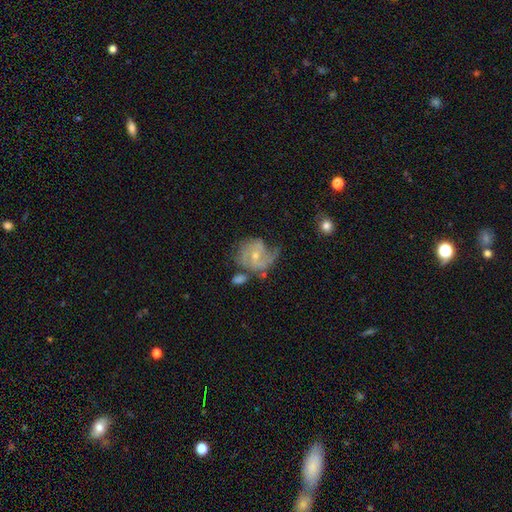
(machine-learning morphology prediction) This is likely a featured or disk galaxy (78%). It is clearly not viewed edge-on (98%). Bar: possibly no (48%). Spiral arm pattern: clearly yes (90%). Spiral arm count: possibly 2 (48%). Spiral winding: marginally medium (44%). Central bulge: possibly small (52%). Merging: marginally none (41%).